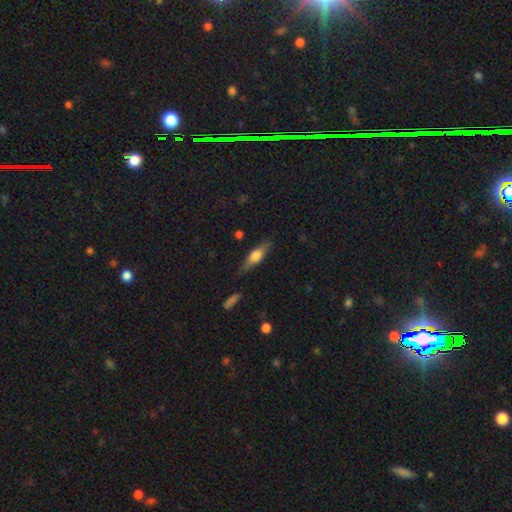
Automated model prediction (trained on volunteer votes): Smooth or featured? Predicted: smooth (p=0.54). How rounded? Predicted: cigar-shaped (p=0.58). Merging? Predicted: none (p=0.76).